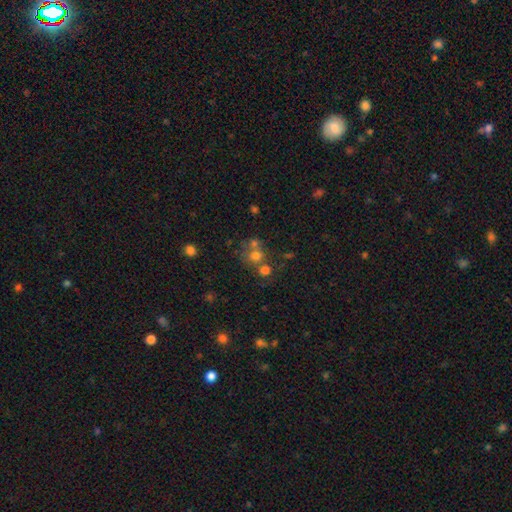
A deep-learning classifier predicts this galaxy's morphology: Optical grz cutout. It shows a smooth galaxy with no disk features (67%) that is round (83%). Merging: none (47%).